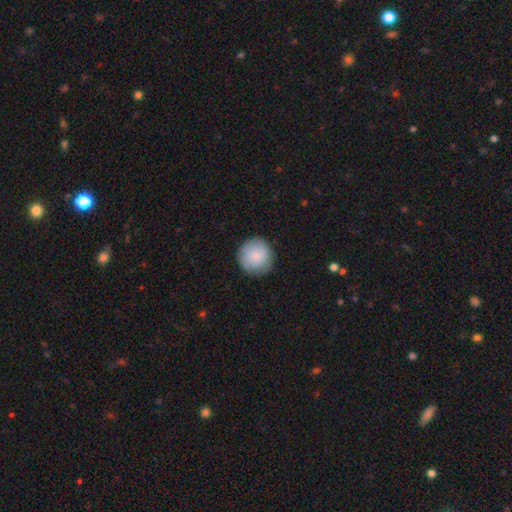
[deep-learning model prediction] Smooth or featured? smooth (85%)
How rounded? round (95%)
Merging? none (87%)